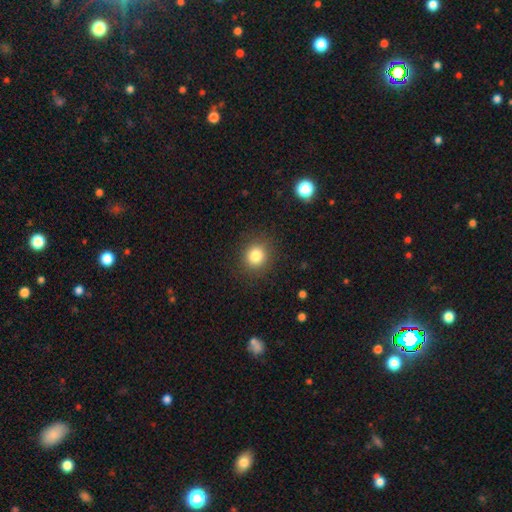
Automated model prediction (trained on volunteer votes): smooth 82%, star or artifact 11%, featured or disk 6%. Down the decision tree: how rounded — round (85%); merging — none (88%).